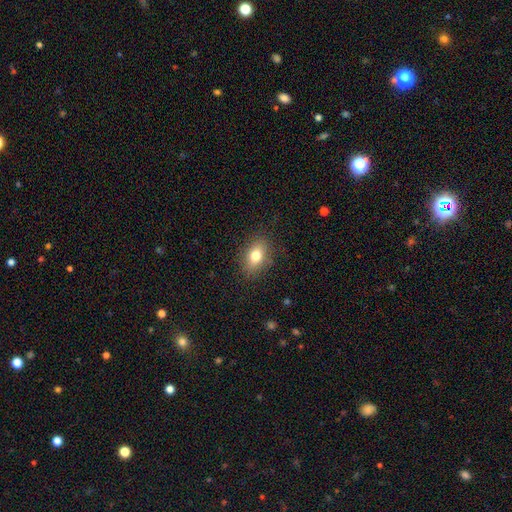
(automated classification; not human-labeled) smooth-or-featured: smooth: 77% | featured or disk: 14% | star or artifact: 9%
  how-rounded: in between: 81% | round: 16% | cigar-shaped: 4%
  merging: none: 85% | minor disturbance: 11% | major disturbance: 3% | merger: 1%